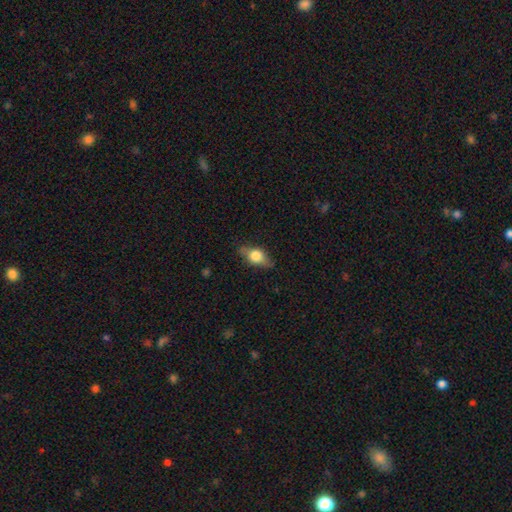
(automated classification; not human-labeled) Smooth or featured: smooth — 57% (featured or disk — 35%)
How rounded: in between — 73% (cigar-shaped — 15%)
Merging: none — 78% (minor disturbance — 17%)